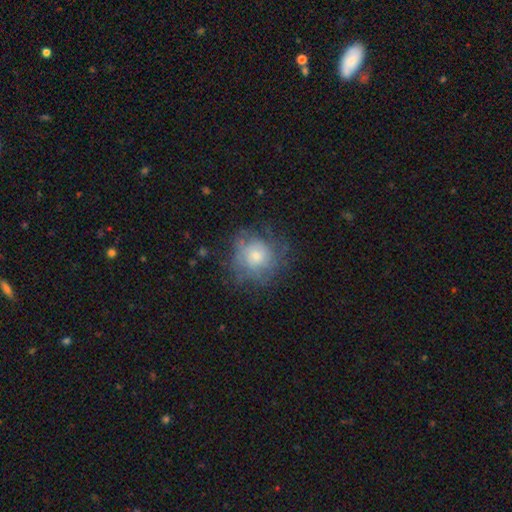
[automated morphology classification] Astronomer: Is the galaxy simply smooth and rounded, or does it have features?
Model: smooth — 46% (runner-up: featured or disk, 43%).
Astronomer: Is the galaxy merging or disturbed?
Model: none — 67%.